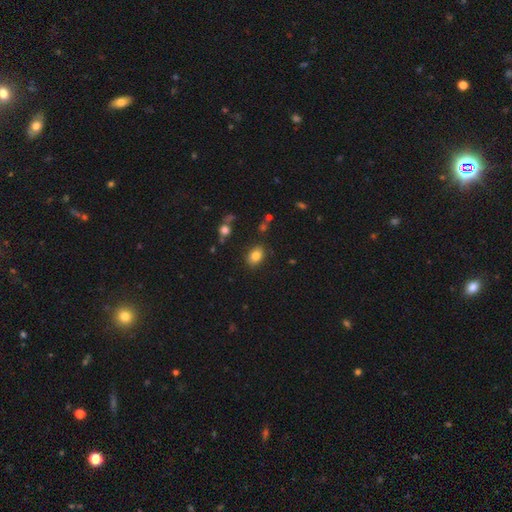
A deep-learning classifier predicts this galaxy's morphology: Q: Smooth or featured?
A: smooth (83%); runner-up: star or artifact (10%)
Q: How rounded?
A: in between (77%); runner-up: round (22%)
Q: Merging?
A: none (85%); runner-up: minor disturbance (10%)